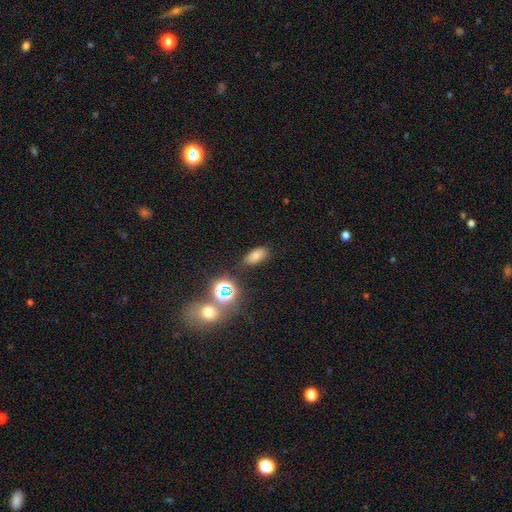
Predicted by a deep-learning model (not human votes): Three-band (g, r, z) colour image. It shows a smooth galaxy with no disk features (70%) that is in between round and cigar-shaped (87%). Merging: none (82%).